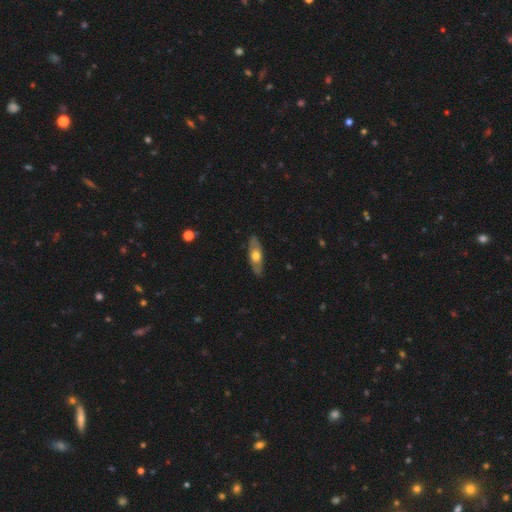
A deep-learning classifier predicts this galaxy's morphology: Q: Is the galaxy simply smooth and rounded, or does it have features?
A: smooth — 49%.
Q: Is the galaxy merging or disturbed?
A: none — 87%.